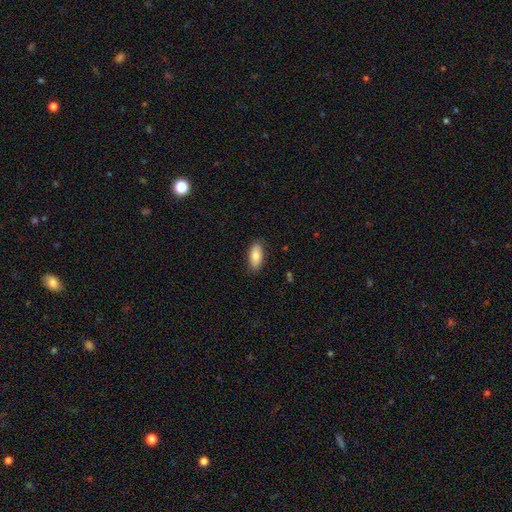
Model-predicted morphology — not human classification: Smooth or featured? smooth (81%)
How rounded? in between (88%)
Merging? none (84%)